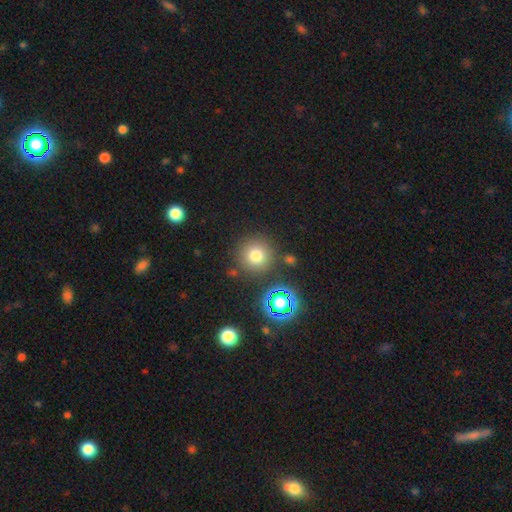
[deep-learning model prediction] Morphology: type=smooth (75%); roundness=round (95%); merging=none (84%).